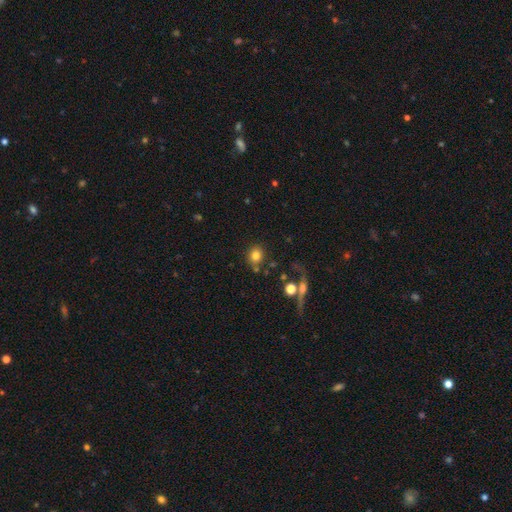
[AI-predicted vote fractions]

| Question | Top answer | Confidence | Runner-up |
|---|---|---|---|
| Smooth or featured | smooth | 79% | star or artifact (12%) |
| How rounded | round | 83% | in between (16%) |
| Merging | none | 76% | minor disturbance (11%) |